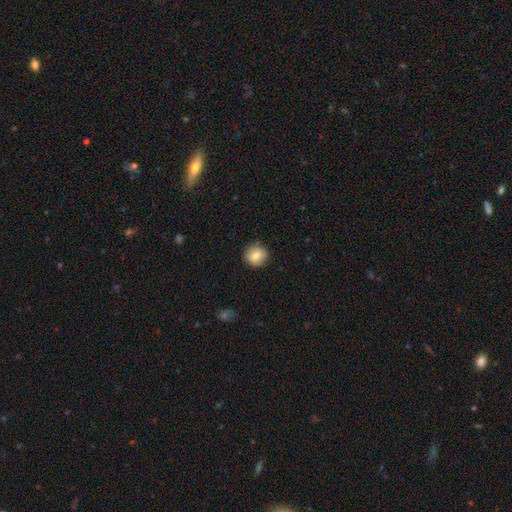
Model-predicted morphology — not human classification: smooth 81%, featured or disk 11%, star or artifact 9%. Down the decision tree: how rounded — round (89%); merging — none (86%).